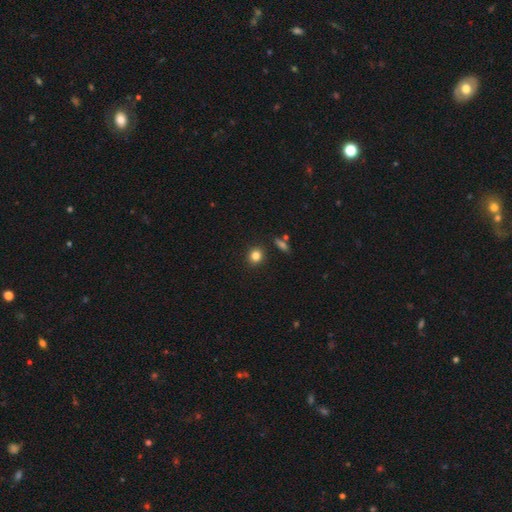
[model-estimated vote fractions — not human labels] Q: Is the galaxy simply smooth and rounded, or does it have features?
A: smooth — 83%.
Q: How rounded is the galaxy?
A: round — 81%.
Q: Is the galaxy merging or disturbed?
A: none — 89%.